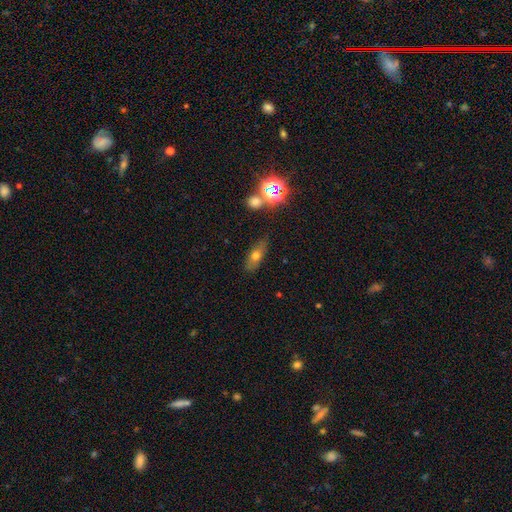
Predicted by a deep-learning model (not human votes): Smooth or featured? Predicted: smooth (p=0.60). How rounded? Predicted: in between (p=0.65). Merging? Predicted: none (p=0.76).